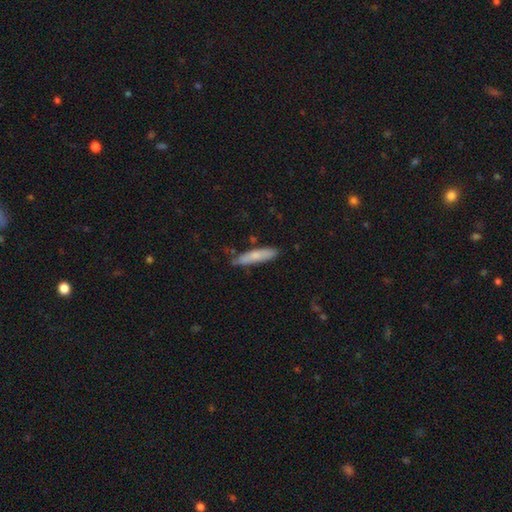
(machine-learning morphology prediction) A smooth galaxy with no disk features (71%) that is cigar-shaped (85%). Merging: none (76%).